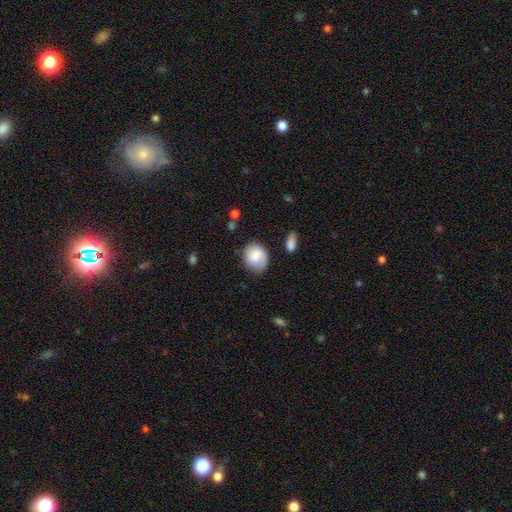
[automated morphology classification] type=smooth (74%); roundness=round (54%); merging=none (68%).